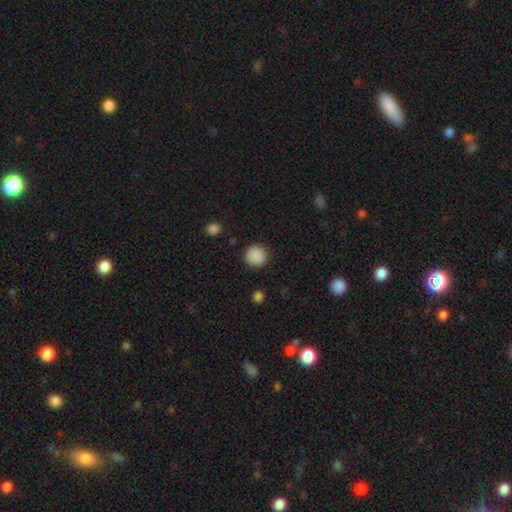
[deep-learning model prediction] A smooth galaxy with no disk features (89%) that is round (93%). Merging: none (90%).